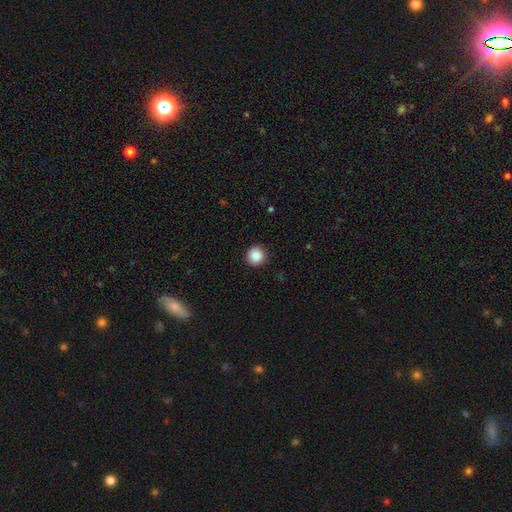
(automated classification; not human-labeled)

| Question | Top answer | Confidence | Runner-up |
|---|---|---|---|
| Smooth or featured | smooth | 88% | star or artifact (9%) |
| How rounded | round | 95% | in between (4%) |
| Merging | none | 92% | minor disturbance (6%) |